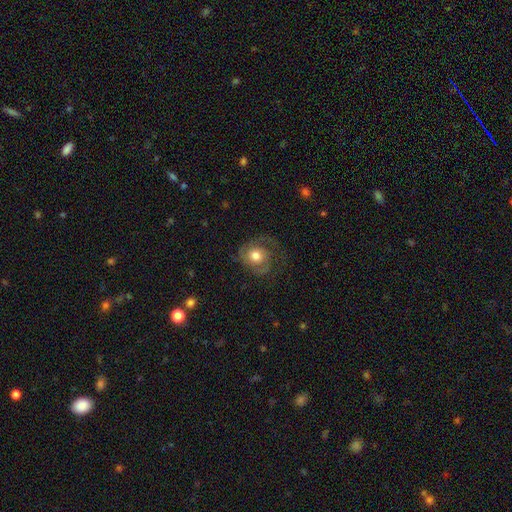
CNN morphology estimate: Overall: featured or disk (55%; smooth 38%). Edge-on disk: no (97%). Bar: no (81%). Spiral arms: yes (82%). Bulge size: moderate (66%). Merging: none (55%; major disturbance 23%).